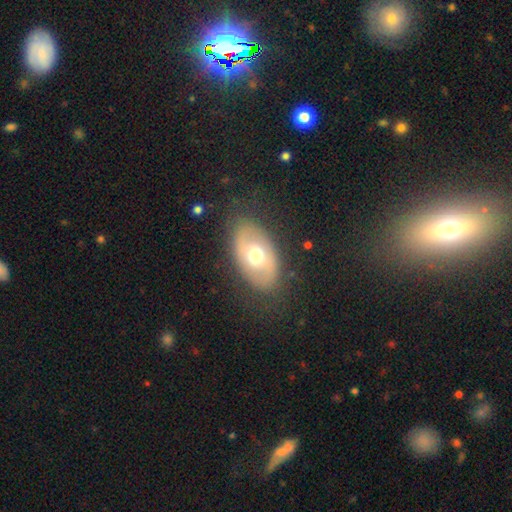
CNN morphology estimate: smooth 49%, featured or disk 43%, star or artifact 8%. Down the decision tree: merging — none (79%).